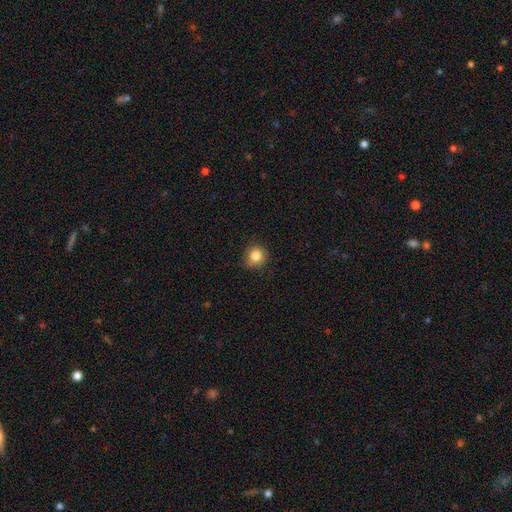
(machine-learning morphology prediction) This appears to be a smooth galaxy with no disk features (84%) that is round (90%). Merging: none (83%).